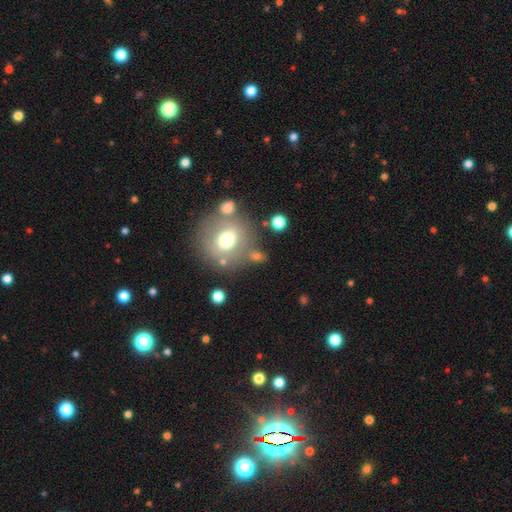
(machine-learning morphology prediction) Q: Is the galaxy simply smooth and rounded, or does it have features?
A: smooth — 63%.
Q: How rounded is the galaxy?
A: round — 80%.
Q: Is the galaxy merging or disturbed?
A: none — 67%.